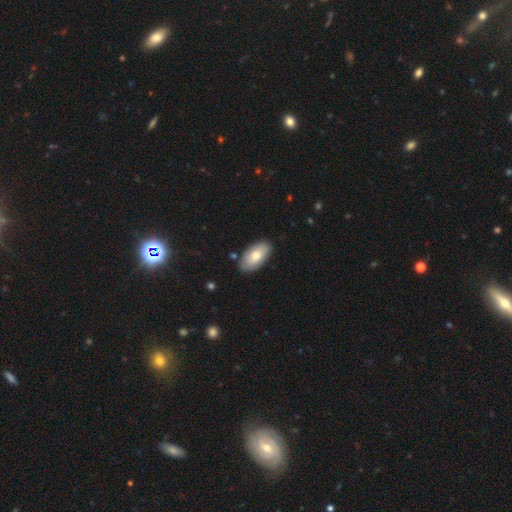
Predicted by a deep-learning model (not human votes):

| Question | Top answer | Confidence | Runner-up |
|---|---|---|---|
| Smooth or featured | smooth | 74% | featured or disk (20%) |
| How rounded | in between | 95% | round (3%) |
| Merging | none | 84% | minor disturbance (11%) |